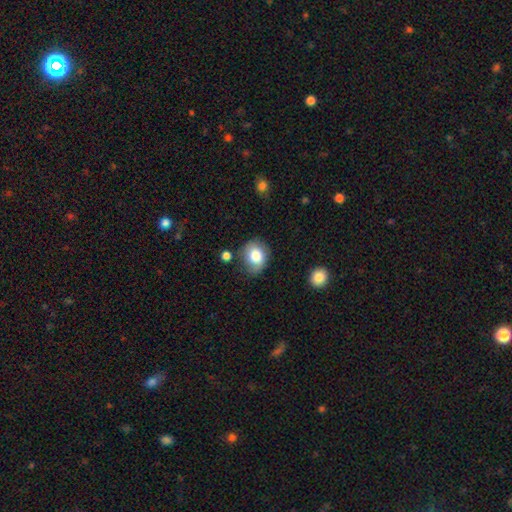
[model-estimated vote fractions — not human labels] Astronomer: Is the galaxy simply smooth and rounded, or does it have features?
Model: smooth — 79%.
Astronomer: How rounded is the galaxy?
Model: round — 59% (runner-up: in between, 40%).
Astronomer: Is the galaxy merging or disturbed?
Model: none — 67%.